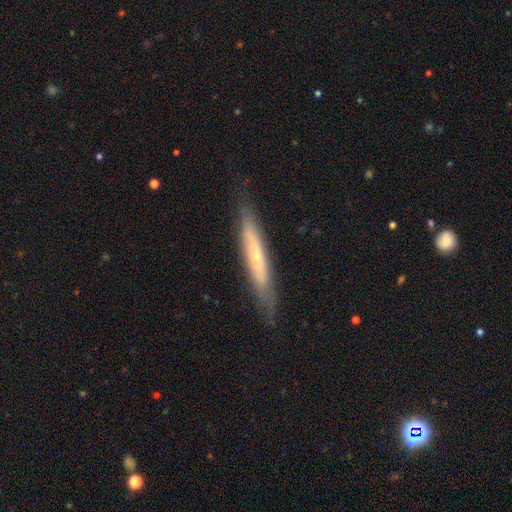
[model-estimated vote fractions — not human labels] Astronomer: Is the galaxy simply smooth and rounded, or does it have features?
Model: featured or disk — 53% (runner-up: smooth, 40%).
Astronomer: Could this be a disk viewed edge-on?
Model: yes — 77%.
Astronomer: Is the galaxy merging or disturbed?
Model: none — 82%.